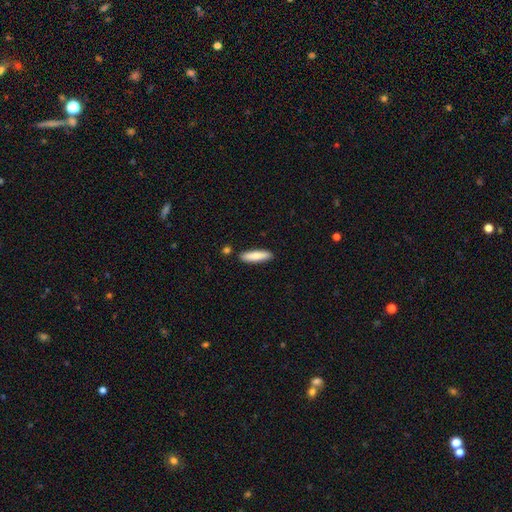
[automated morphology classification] type=smooth (79%); roundness=cigar-shaped (70%); merging=none (87%).